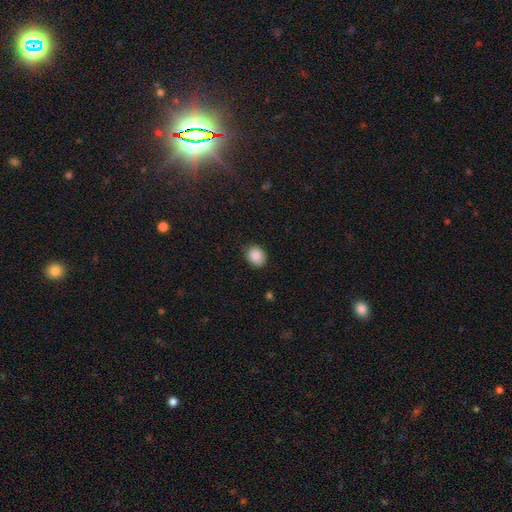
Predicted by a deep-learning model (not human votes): A smooth galaxy with no disk features (88%) that is in between round and cigar-shaped (52%).

Vote fractions:
- Smooth or featured? smooth: 88% / star or artifact: 8% / featured or disk: 4%
- How rounded? in between: 52% / round: 47% / cigar-shaped: 1%
- Merging? none: 81% / minor disturbance: 15% / major disturbance: 3% / merger: 1%